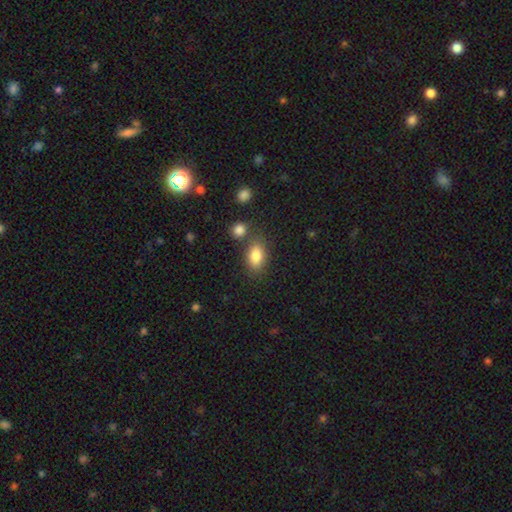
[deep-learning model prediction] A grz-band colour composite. It shows a smooth galaxy with no disk features (84%) that is in between round and cigar-shaped (87%). Merging: none (69%).